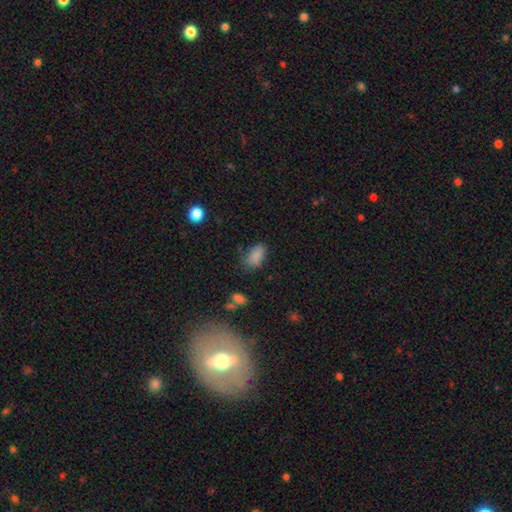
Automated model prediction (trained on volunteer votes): smooth-or-featured: smooth: 83% | star or artifact: 11% | featured or disk: 6%
  how-rounded: in between: 91% | round: 7% | cigar-shaped: 3%
  merging: none: 63% | minor disturbance: 26% | major disturbance: 8% | merger: 3%